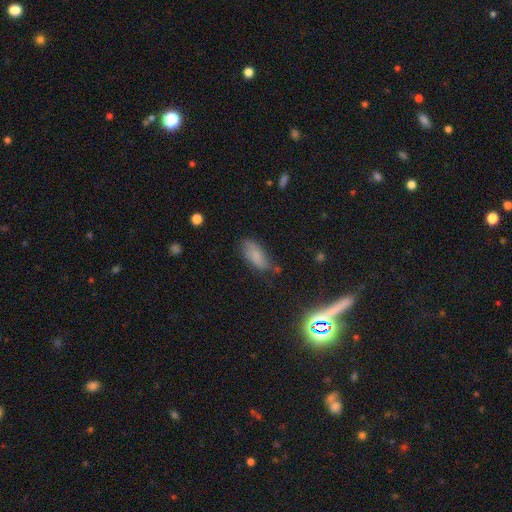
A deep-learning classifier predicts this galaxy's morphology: A smooth galaxy with no disk features (74%) that is in between round and cigar-shaped (85%).

Vote fractions:
- Smooth or featured? smooth: 74% / featured or disk: 15% / star or artifact: 11%
- How rounded? in between: 85% / cigar-shaped: 12% / round: 3%
- Merging? none: 59% / minor disturbance: 29% / major disturbance: 8% / merger: 4%